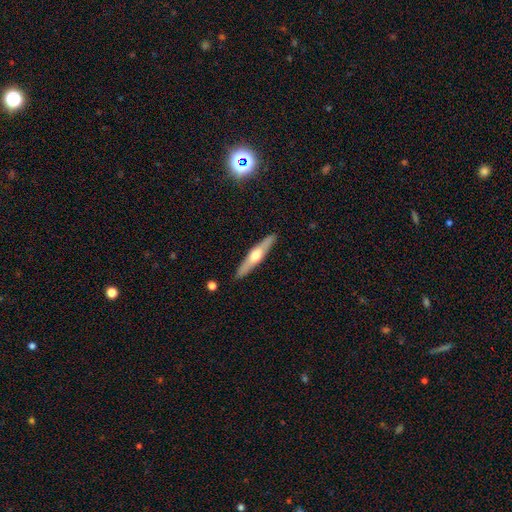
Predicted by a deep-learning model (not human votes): A featured or disk galaxy (58%) viewed edge-on (93%) with a rounded central bulge (92%).

Vote fractions:
- Smooth or featured? featured or disk: 58% / smooth: 37% / star or artifact: 5%
- Edge-on disk? yes: 93% / no: 7%
- Edge-on bulge? rounded: 92% / none: 5% / boxy: 2%
- Merging? none: 90% / minor disturbance: 7% / major disturbance: 1% / merger: 1%